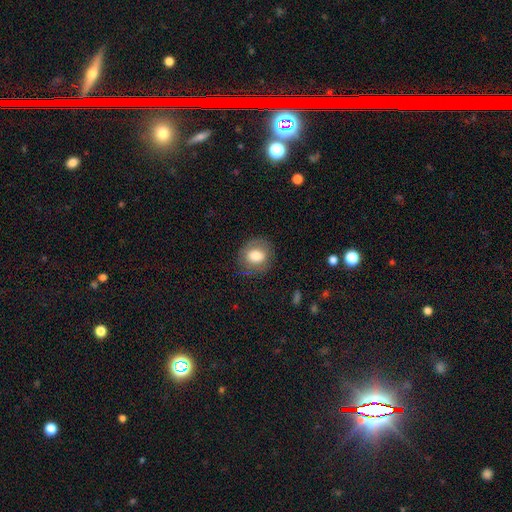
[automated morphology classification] This appears to be a smooth galaxy with no disk features (72%) that is round (66%). Merging: none (74%).